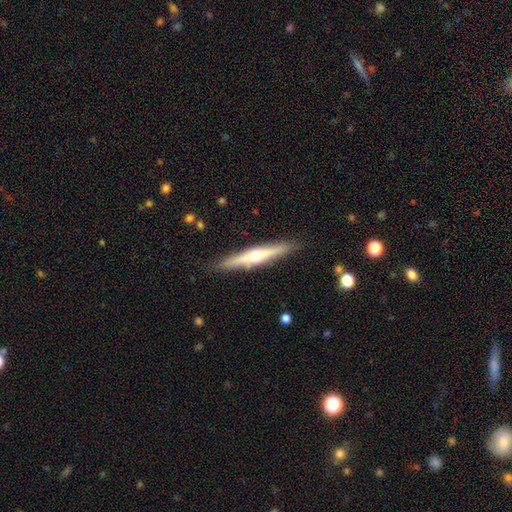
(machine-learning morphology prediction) Smooth or featured? featured or disk (65%)
Edge-on disk? yes (96%)
Edge-on bulge? rounded (90%)
Merging? none (88%)